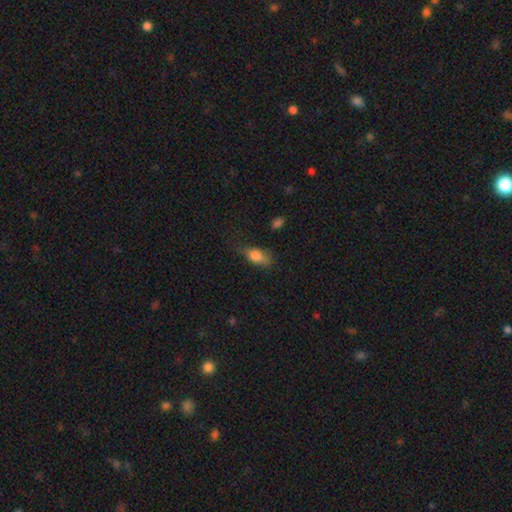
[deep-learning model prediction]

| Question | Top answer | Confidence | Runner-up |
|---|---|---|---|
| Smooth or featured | smooth | 78% | featured or disk (13%) |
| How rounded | in between | 81% | cigar-shaped (12%) |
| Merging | none | 48% | minor disturbance (34%) |